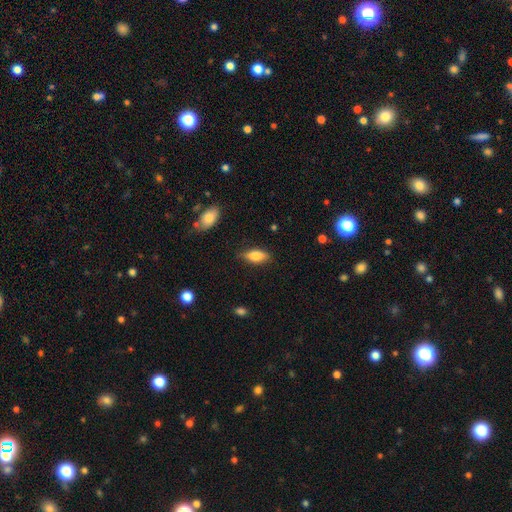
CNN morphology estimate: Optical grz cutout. It shows a smooth galaxy with no disk features (74%) that is in between round and cigar-shaped (78%). Merging: none (81%).